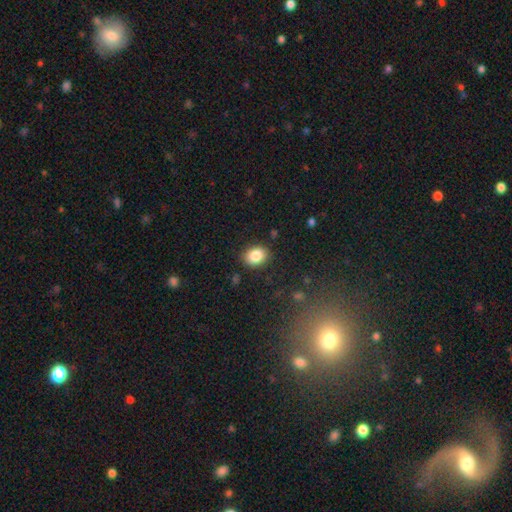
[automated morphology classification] smooth_or_featured: smooth (p=0.85) [alt: star or artifact p=0.09]
how_rounded: in between (p=0.56) [alt: round p=0.43]
merging: none (p=0.87) [alt: minor disturbance p=0.09]